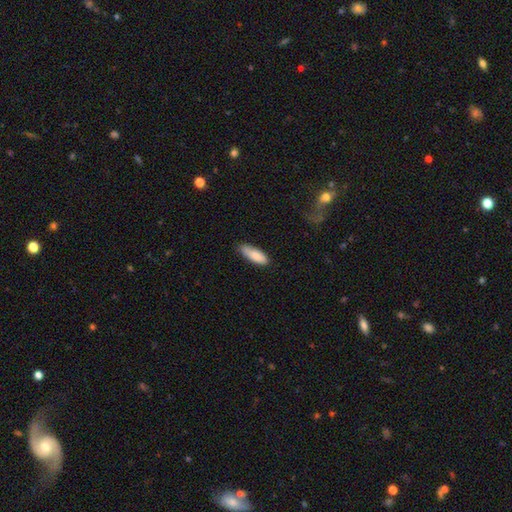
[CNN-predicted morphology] Overall: smooth (85%). How rounded: in between (60%; cigar-shaped 38%). Merging: none (73%).